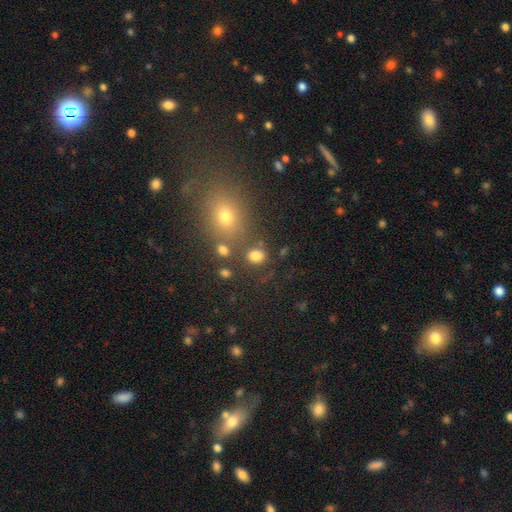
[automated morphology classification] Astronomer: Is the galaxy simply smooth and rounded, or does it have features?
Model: smooth — 79%.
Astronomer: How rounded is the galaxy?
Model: round — 55% (runner-up: in between, 44%).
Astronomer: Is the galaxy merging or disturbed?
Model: none — 72%.